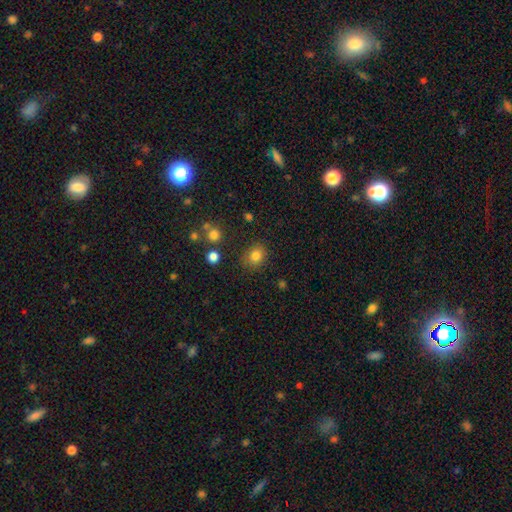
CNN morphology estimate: The model was most divided on "how rounded": round: 66%, in between: 33%, cigar-shaped: 1%. More confident: merging — none (84%); smooth or featured — smooth (81%).